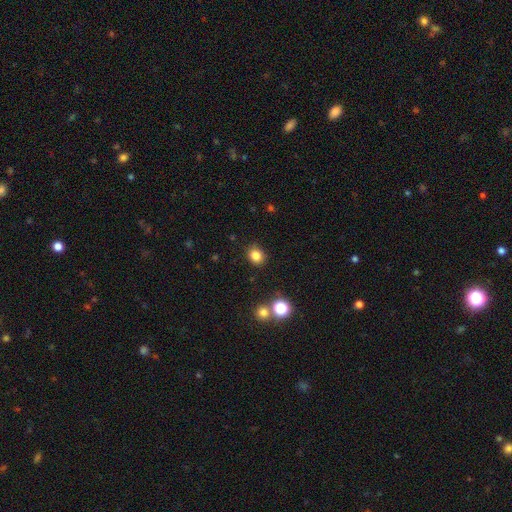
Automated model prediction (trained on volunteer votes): Q: Smooth or featured?
A: smooth (82%); runner-up: star or artifact (13%)
Q: How rounded?
A: round (66%); runner-up: in between (33%)
Q: Merging?
A: none (86%); runner-up: minor disturbance (9%)